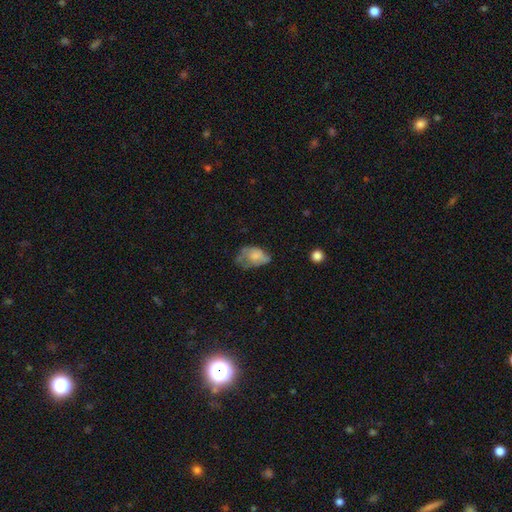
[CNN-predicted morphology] Q: Smooth or featured?
A: smooth (59%); runner-up: featured or disk (32%)
Q: How rounded?
A: in between (85%); runner-up: round (13%)
Q: Merging?
A: minor disturbance (36%); runner-up: major disturbance (32%)